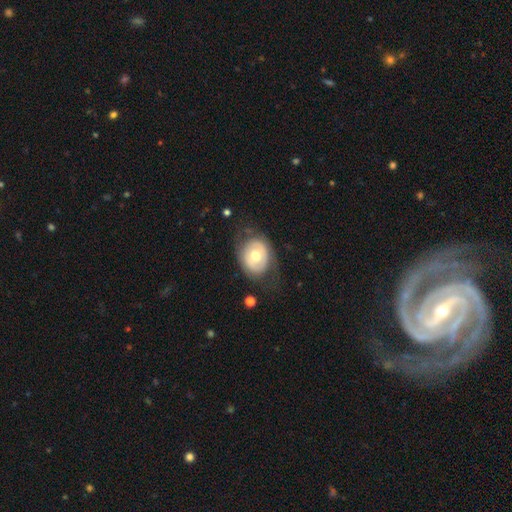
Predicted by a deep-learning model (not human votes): Overall: smooth (48%; featured or disk 45%). Merging: none (69%).